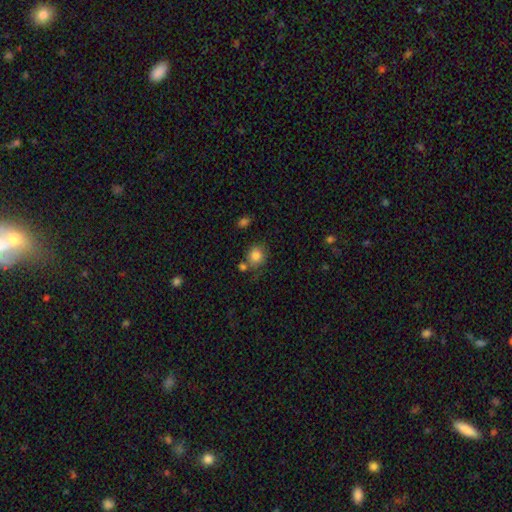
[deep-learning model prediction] Smooth or featured: smooth — 84% (star or artifact — 10%)
How rounded: round — 75% (in between — 24%)
Merging: none — 67% (minor disturbance — 15%)